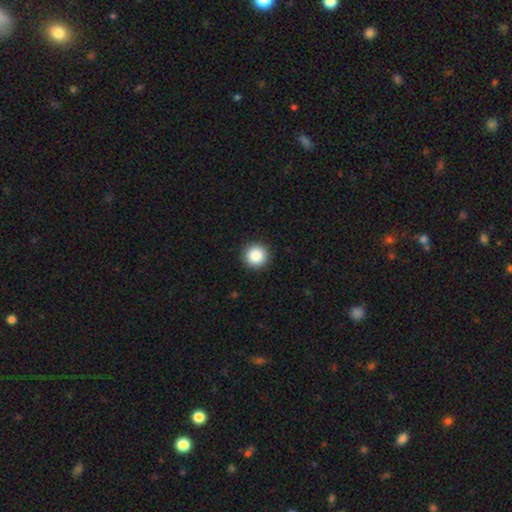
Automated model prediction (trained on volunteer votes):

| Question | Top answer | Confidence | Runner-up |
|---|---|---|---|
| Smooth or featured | smooth | 87% | star or artifact (9%) |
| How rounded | round | 96% | in between (3%) |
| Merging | none | 93% | minor disturbance (4%) |